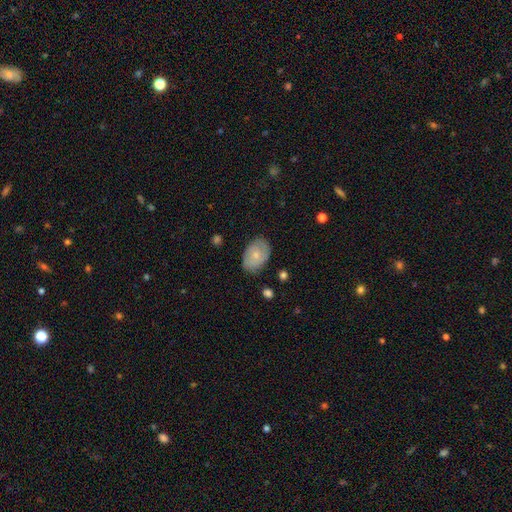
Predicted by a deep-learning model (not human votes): smooth-or-featured: smooth: 53% | featured or disk: 40% | star or artifact: 7%
  how-rounded: in between: 82% | round: 16% | cigar-shaped: 1%
  merging: none: 79% | minor disturbance: 16% | major disturbance: 4% | merger: 1%